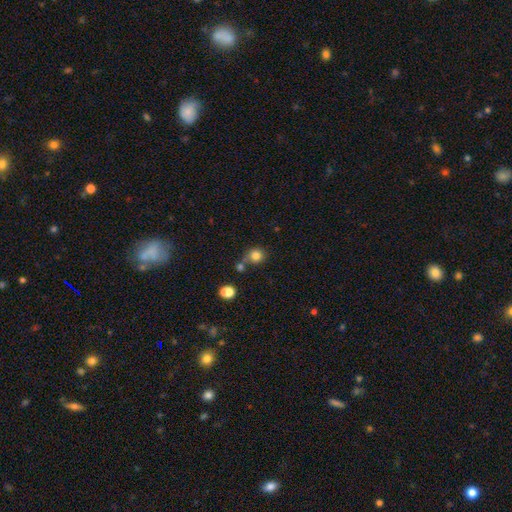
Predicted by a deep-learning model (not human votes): smooth_or_featured: smooth (p=0.82) [alt: star or artifact p=0.12]
how_rounded: round (p=0.87) [alt: in between p=0.12]
merging: none (p=0.64) [alt: merger p=0.19]